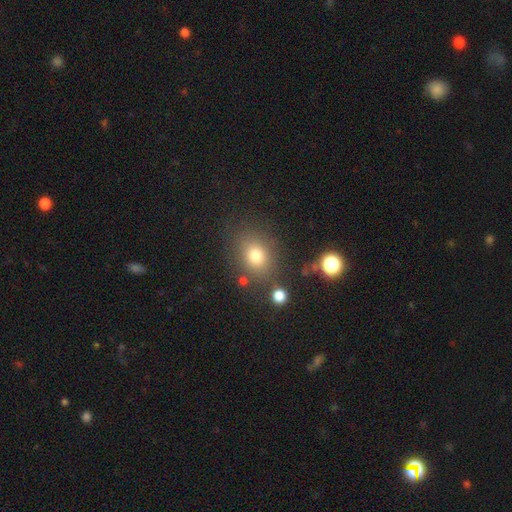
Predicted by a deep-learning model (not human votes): smooth_or_featured: smooth (p=0.76) [alt: star or artifact p=0.14]
how_rounded: round (p=0.57) [alt: in between p=0.42]
merging: none (p=0.77) [alt: minor disturbance p=0.12]